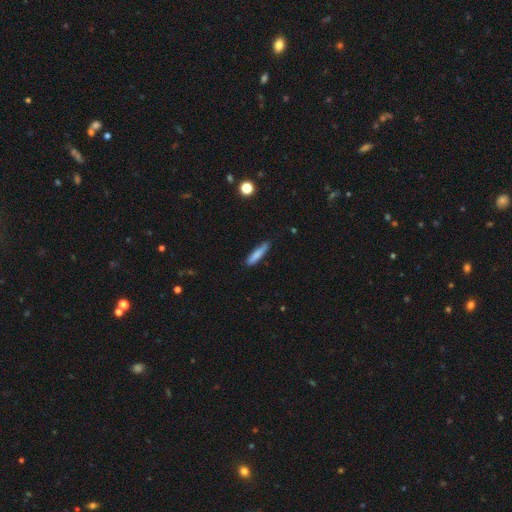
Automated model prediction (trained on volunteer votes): smooth-or-featured: smooth: 79% | featured or disk: 15% | star or artifact: 7%
  how-rounded: cigar-shaped: 87% | in between: 12% | round: 2%
  merging: none: 77% | minor disturbance: 19% | major disturbance: 3% | merger: 2%